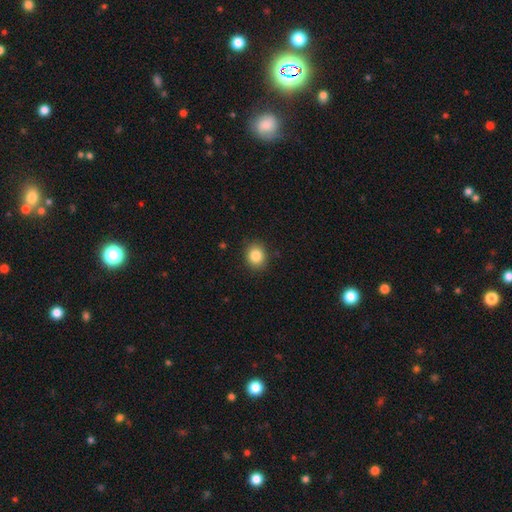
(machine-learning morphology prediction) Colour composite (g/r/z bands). It shows a smooth galaxy with no disk features (85%) that is round (71%). Merging: none (88%).